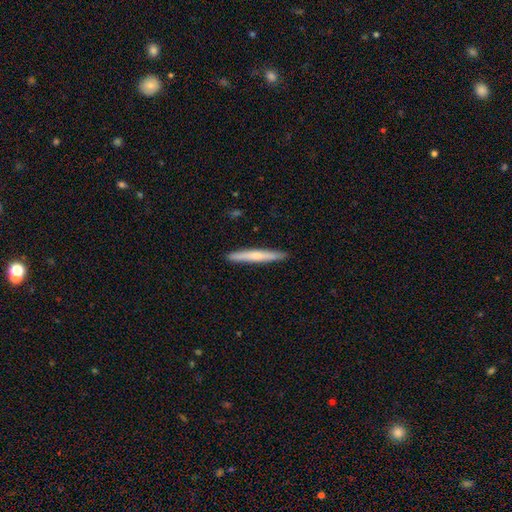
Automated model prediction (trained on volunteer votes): This appears to be a smooth galaxy with no disk features (57%) that is cigar-shaped (96%). Merging: none (92%).